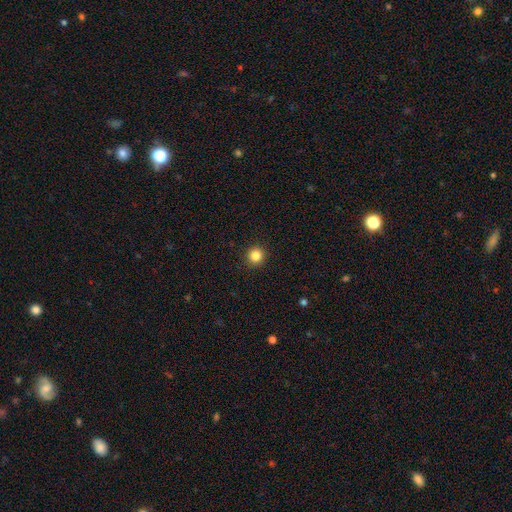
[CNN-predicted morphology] Smooth or featured? Predicted: smooth (p=0.84). How rounded? Predicted: round (p=0.95). Merging? Predicted: none (p=0.93).